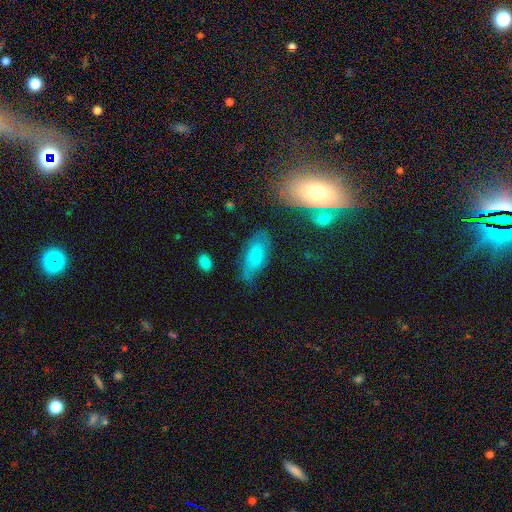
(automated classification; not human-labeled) smooth 66%, featured or disk 24%, star or artifact 9%. Down the decision tree: how rounded — in between (81%); merging — none (55%).